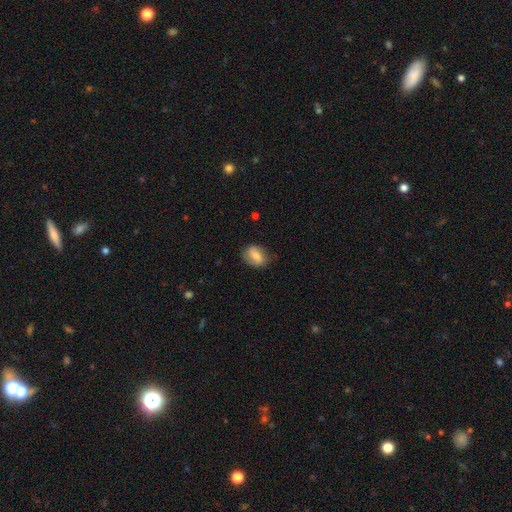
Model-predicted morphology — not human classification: Overall: smooth (64%; featured or disk 28%). How rounded: in between (71%). Merging: none (70%).